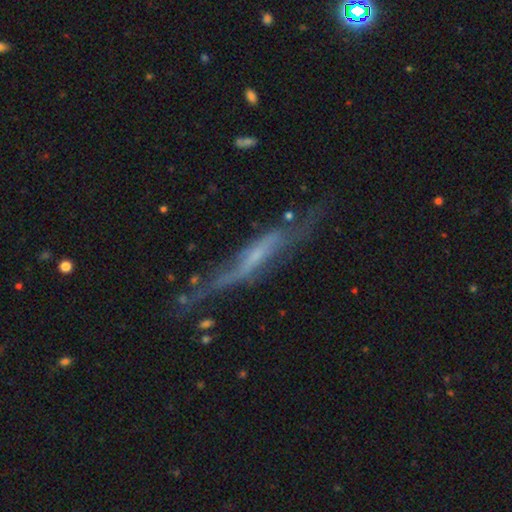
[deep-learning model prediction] Morphology: type=featured or disk (70%); edge-on=yes (71%); merging=none (55%).